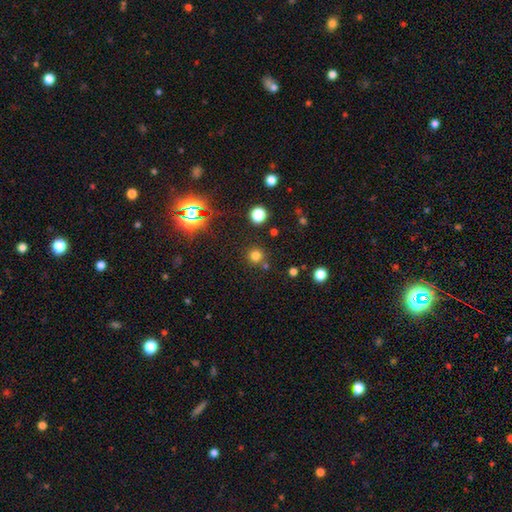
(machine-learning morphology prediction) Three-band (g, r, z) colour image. It shows a smooth galaxy with no disk features (72%) that is round (94%). Merging: none (79%).